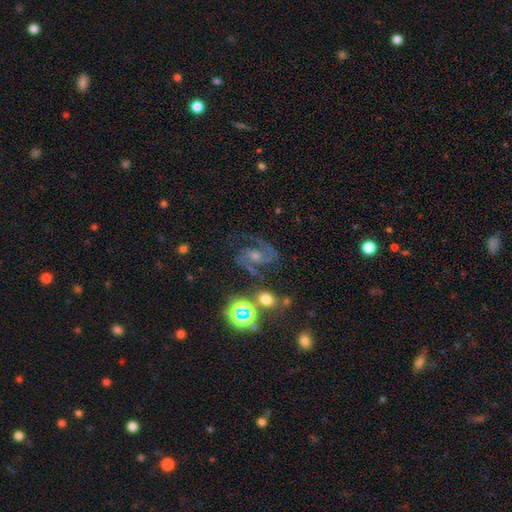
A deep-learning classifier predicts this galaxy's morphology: Smooth or featured? featured or disk (78%)
Edge-on disk? no (98%)
Bar? no (44%)
Spiral arms? yes (97%)
Spiral winding? medium (60%)
Spiral arm count? 2 (86%)
Bulge size? moderate (49%)
Merging? none (67%)